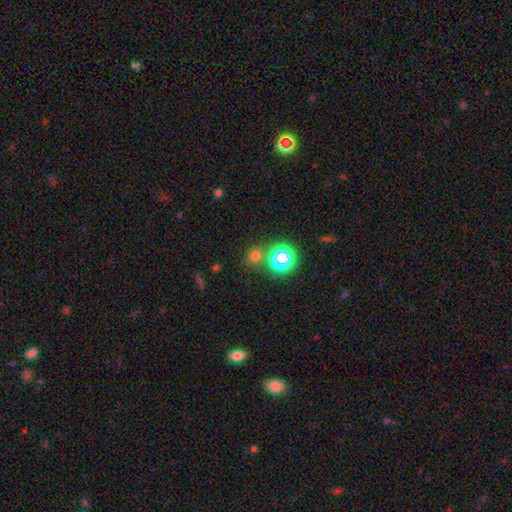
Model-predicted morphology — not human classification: Overall: smooth (60%; star or artifact 33%). How rounded: round (79%). Merging: none (71%).